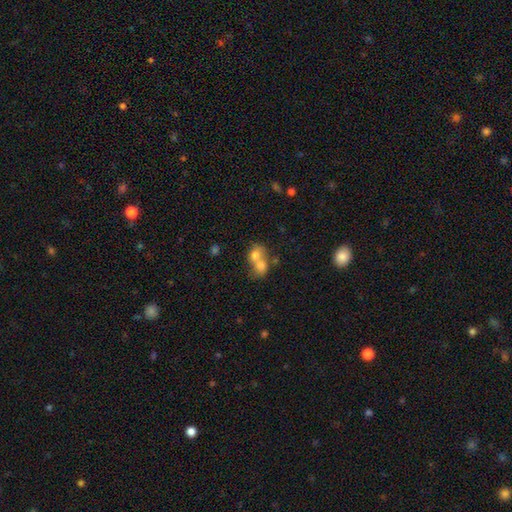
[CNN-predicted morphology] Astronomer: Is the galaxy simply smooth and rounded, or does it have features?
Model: smooth — 68%.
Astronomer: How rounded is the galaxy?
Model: round — 58% (runner-up: in between, 41%).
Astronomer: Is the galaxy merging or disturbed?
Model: merger — 76%.